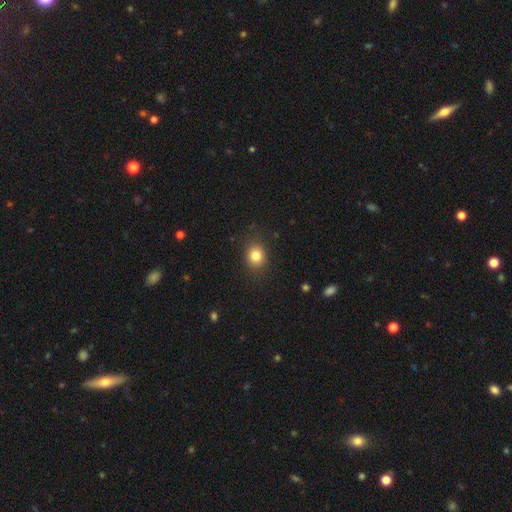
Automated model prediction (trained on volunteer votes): Smooth or featured: smooth — 83% (star or artifact — 11%)
How rounded: round — 70% (in between — 29%)
Merging: none — 87% (minor disturbance — 9%)